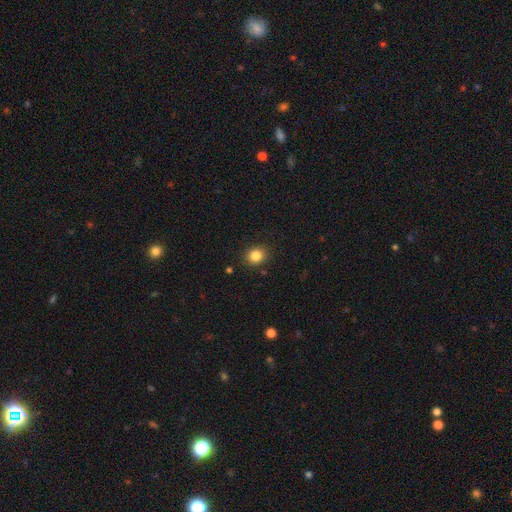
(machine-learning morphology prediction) smooth-or-featured: smooth: 84% | star or artifact: 11% | featured or disk: 5%
  how-rounded: round: 75% | in between: 24% | cigar-shaped: 1%
  merging: none: 88% | minor disturbance: 8% | major disturbance: 2% | merger: 1%